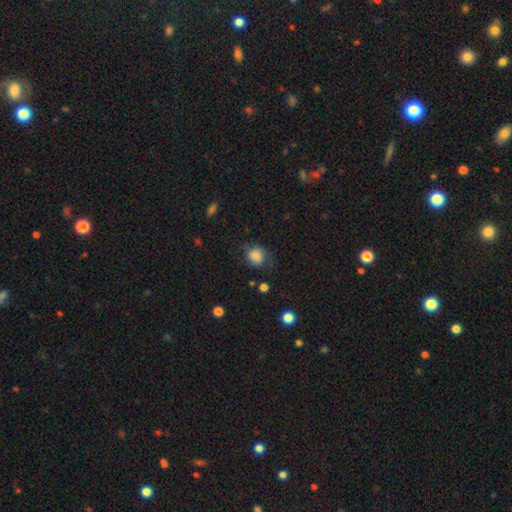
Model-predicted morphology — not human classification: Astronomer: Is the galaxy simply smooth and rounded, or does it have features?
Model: smooth — 77%.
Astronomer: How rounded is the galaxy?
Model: round — 61% (runner-up: in between, 38%).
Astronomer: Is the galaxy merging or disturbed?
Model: none — 52% (runner-up: minor disturbance, 29%).